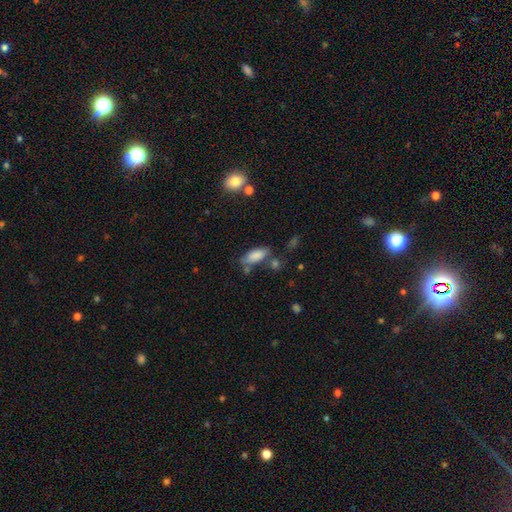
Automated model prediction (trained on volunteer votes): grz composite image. It shows a smooth galaxy with no disk features (83%) that is in between round and cigar-shaped (80%). Merging: none (57%).